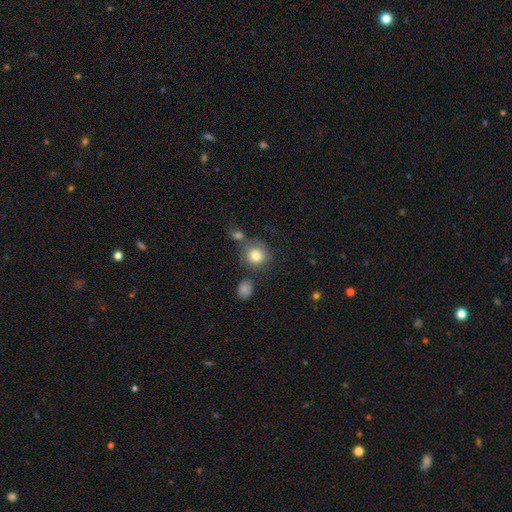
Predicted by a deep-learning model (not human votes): The model was most divided on "merging": none: 63%, merger: 16%, minor disturbance: 15%, major disturbance: 6%. More confident: how rounded — round (86%); smooth or featured — smooth (80%).